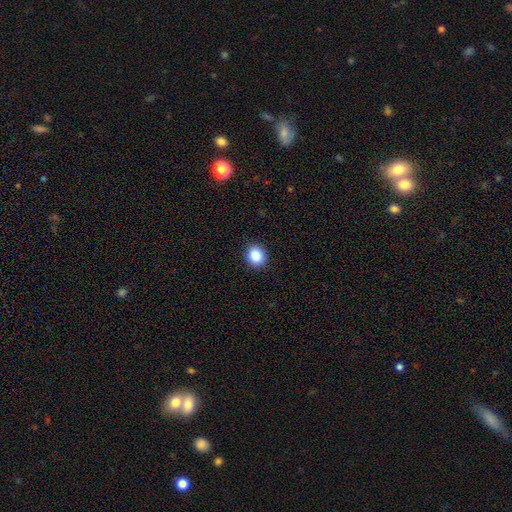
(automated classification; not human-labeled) Morphology: type=smooth (89%); roundness=round (63%); merging=none (90%).